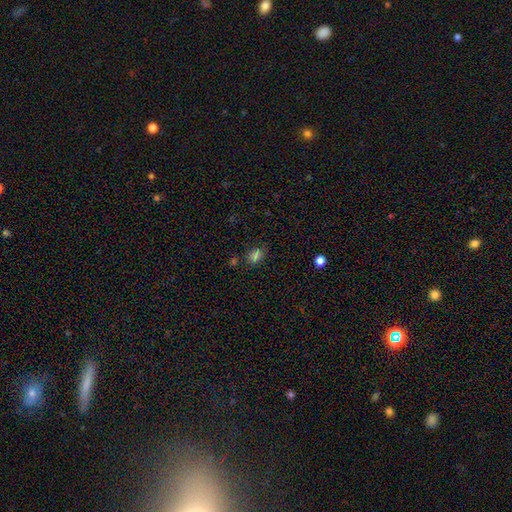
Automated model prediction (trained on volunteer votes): The model was most divided on "how rounded": in between: 77%, round: 22%, cigar-shaped: 2%. More confident: smooth or featured — smooth (78%); merging — none (78%).